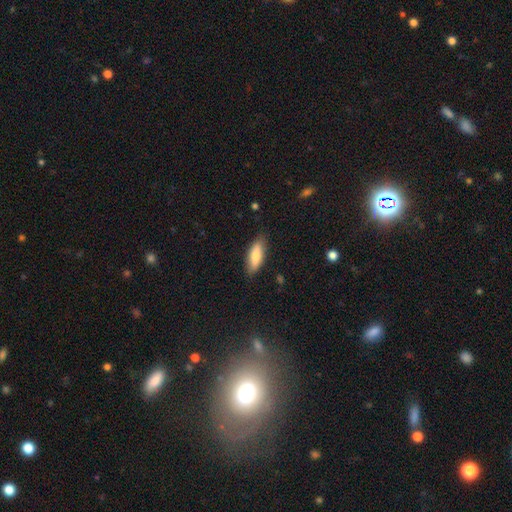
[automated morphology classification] Smooth or featured? smooth (79%)
How rounded? in between (64%)
Merging? none (82%)